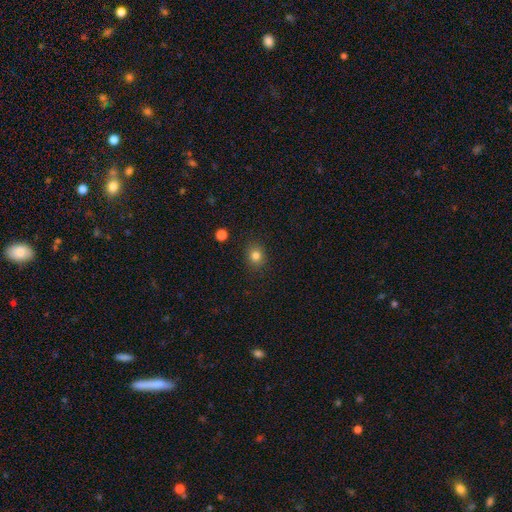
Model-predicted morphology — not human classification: Q: Smooth or featured?
A: smooth (81%); runner-up: star or artifact (12%)
Q: How rounded?
A: round (74%); runner-up: in between (25%)
Q: Merging?
A: none (89%); runner-up: minor disturbance (8%)